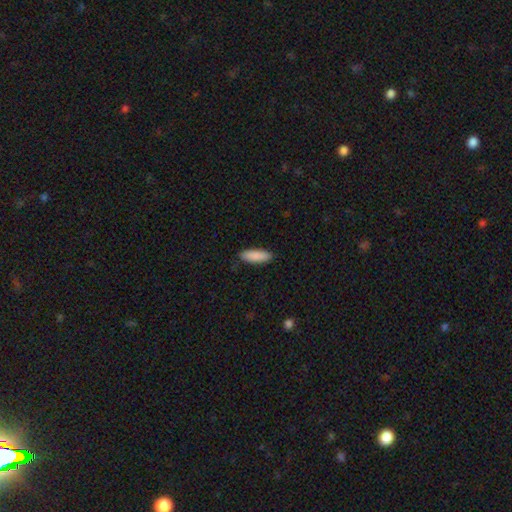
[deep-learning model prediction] Overall: smooth (89%). How rounded: in between (52%; cigar-shaped 47%). Merging: none (88%).